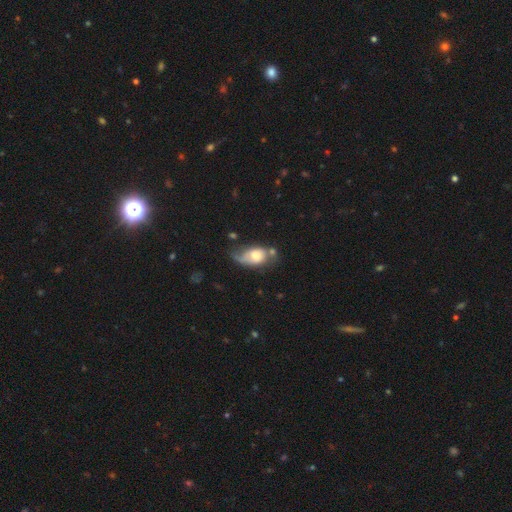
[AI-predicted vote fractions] smooth-or-featured: smooth: 54% | featured or disk: 38% | star or artifact: 8%
  how-rounded: in between: 85% | round: 12% | cigar-shaped: 3%
  merging: minor disturbance: 30% (tied) | none: 30% (tied) | major disturbance: 27% | merger: 13%